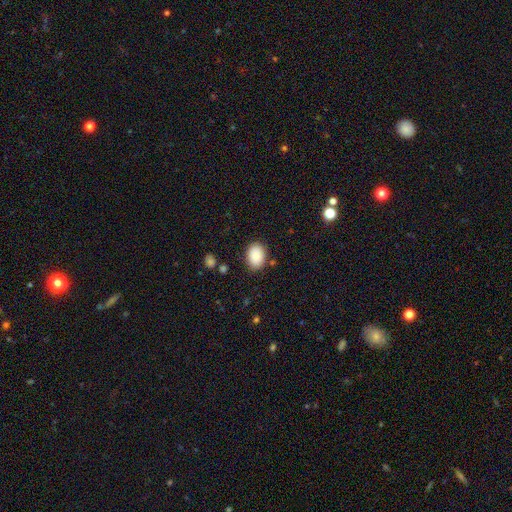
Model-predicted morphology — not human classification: Smooth or featured? smooth (86%)
How rounded? in between (78%)
Merging? none (83%)